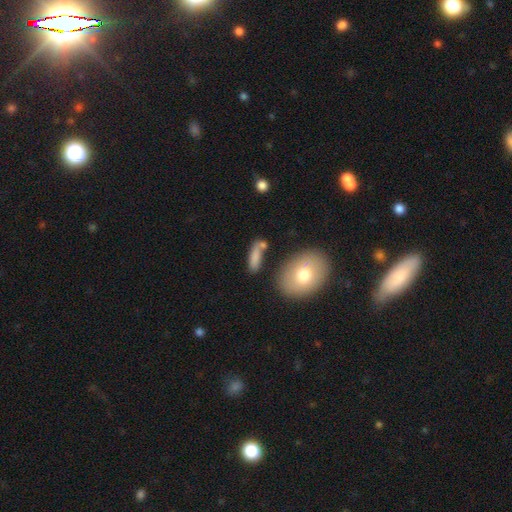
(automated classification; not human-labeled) smooth_or_featured: smooth (p=0.78) [alt: featured or disk p=0.14]
how_rounded: in between (p=0.48) [alt: cigar-shaped p=0.47]
merging: none (p=0.59) [alt: minor disturbance p=0.17]